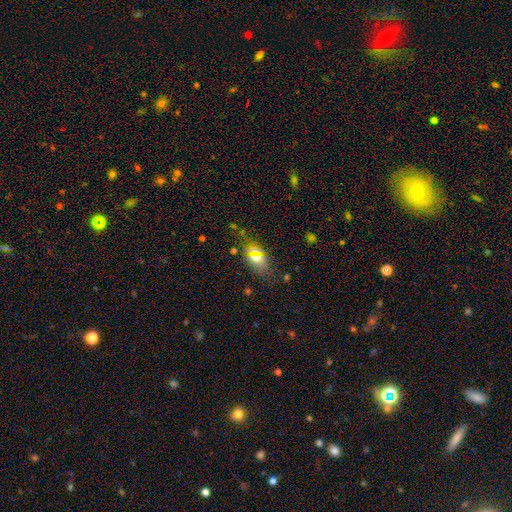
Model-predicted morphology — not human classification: Smooth or featured?
  - smooth: 59% *
  - star or artifact: 25%
  - featured or disk: 16%
How rounded?
  - in between: 75% *
  - round: 20%
  - cigar-shaped: 5%
Merging?
  - none: 76% *
  - minor disturbance: 14%
  - major disturbance: 6%
  - merger: 4%